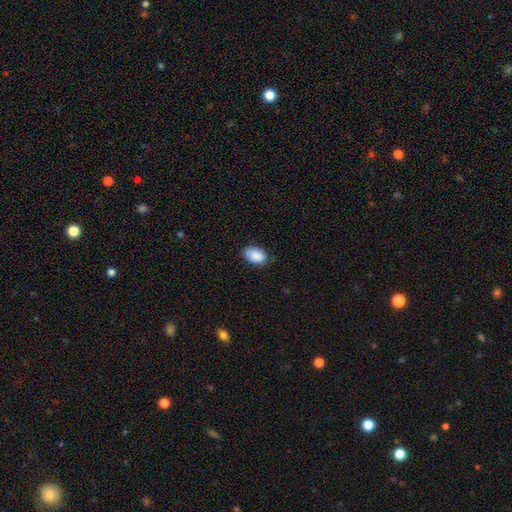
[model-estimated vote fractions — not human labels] Smooth or featured? smooth (90%)
How rounded? in between (91%)
Merging? none (79%)